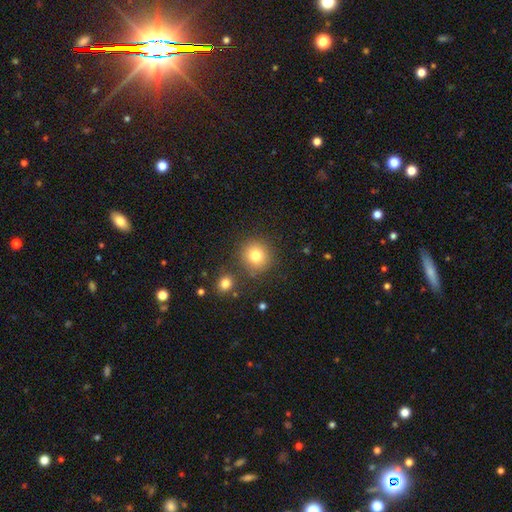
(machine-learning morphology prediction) smooth 79%, star or artifact 12%, featured or disk 9%. Down the decision tree: how rounded — round (92%); merging — none (82%).